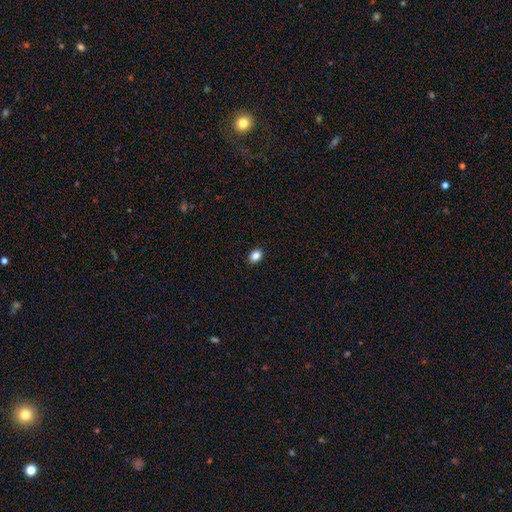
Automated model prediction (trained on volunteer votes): A smooth galaxy with no disk features (85%) that is in between round and cigar-shaped (64%).

Vote fractions:
- Smooth or featured? smooth: 85% / star or artifact: 11% / featured or disk: 5%
- How rounded? in between: 64% / round: 35% / cigar-shaped: 1%
- Merging? none: 91% / minor disturbance: 7% / major disturbance: 2% / merger: 1%